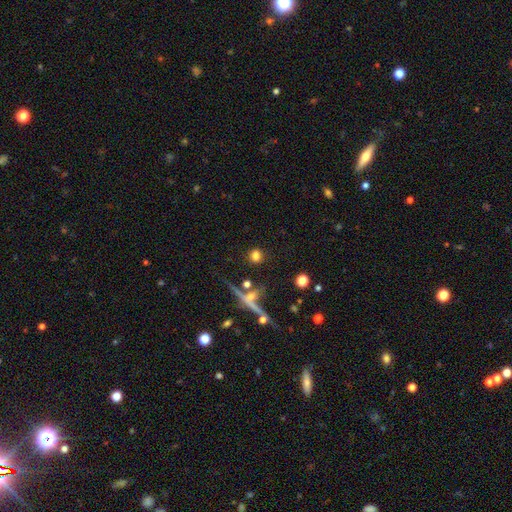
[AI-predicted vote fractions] Q: Smooth or featured?
A: smooth (73%); runner-up: star or artifact (15%)
Q: How rounded?
A: round (85%); runner-up: in between (12%)
Q: Merging?
A: none (82%); runner-up: minor disturbance (8%)